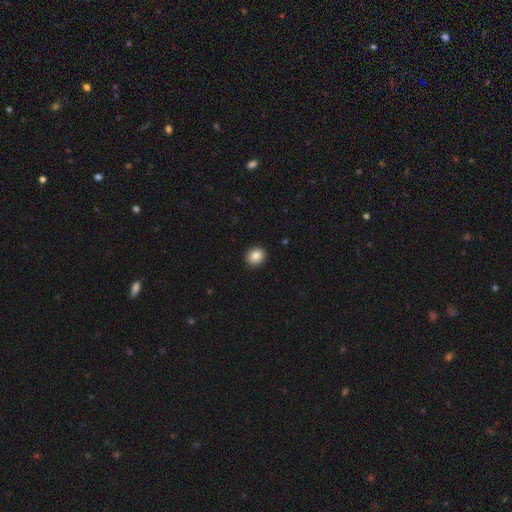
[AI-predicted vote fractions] smooth_or_featured: smooth (p=0.86) [alt: star or artifact p=0.09]
how_rounded: round (p=0.82) [alt: in between p=0.17]
merging: none (p=0.93) [alt: minor disturbance p=0.05]